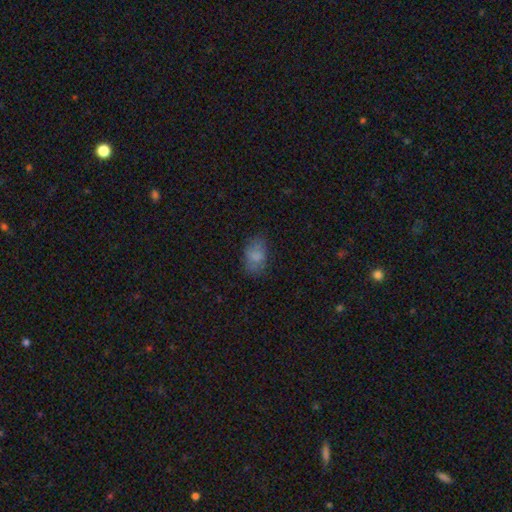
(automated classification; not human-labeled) Smooth or featured?
  - smooth: 79% *
  - featured or disk: 11%
  - star or artifact: 10%
How rounded?
  - in between: 85% *
  - round: 14%
  - cigar-shaped: 1%
Merging?
  - none: 69% *
  - minor disturbance: 22%
  - major disturbance: 8%
  - merger: 1%